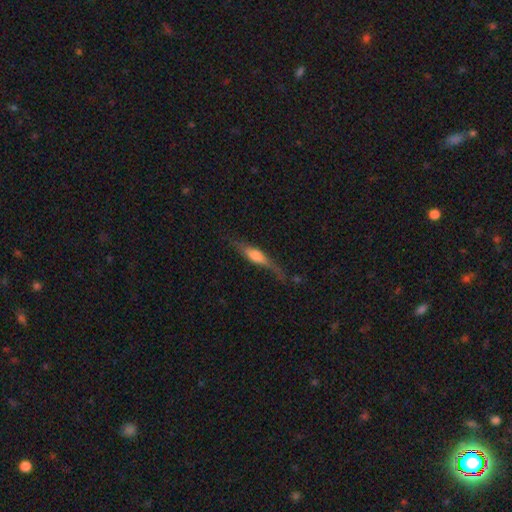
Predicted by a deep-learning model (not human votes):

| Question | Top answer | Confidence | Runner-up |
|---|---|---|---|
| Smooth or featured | featured or disk | 52% | smooth (41%) |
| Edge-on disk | yes | 89% | no (11%) |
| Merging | none | 62% | minor disturbance (24%) |